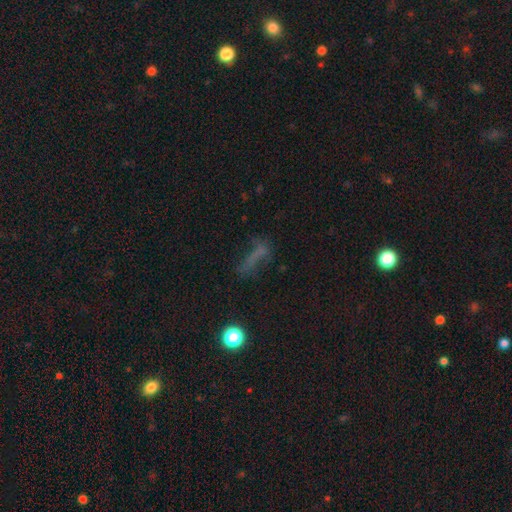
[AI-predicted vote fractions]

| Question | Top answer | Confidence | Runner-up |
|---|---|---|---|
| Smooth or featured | smooth | 47% | star or artifact (28%) |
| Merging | none | 51% | major disturbance (22%) |